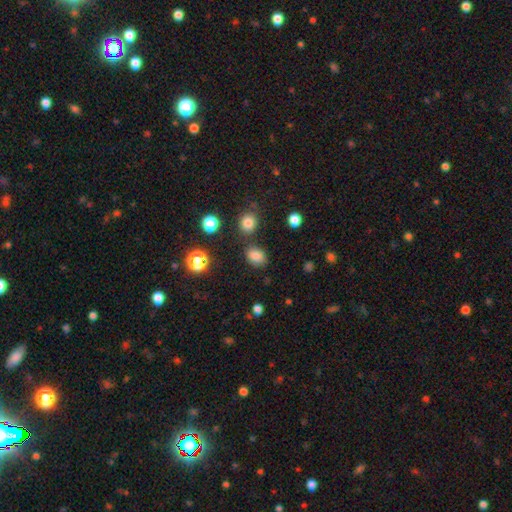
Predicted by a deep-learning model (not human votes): smooth 82%, star or artifact 13%, featured or disk 5%. Down the decision tree: how rounded — in between (61%); merging — none (79%).